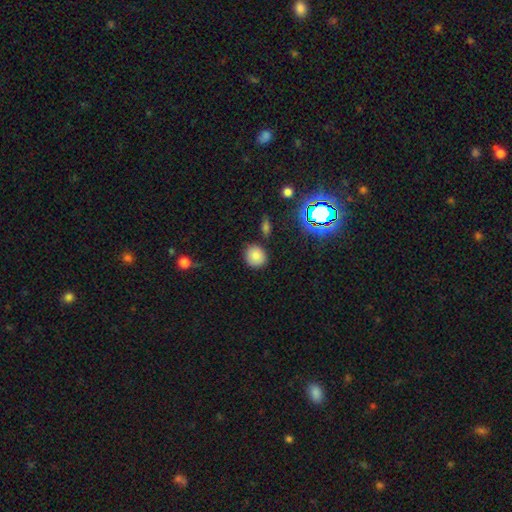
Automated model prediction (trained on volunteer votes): Smooth or featured? smooth (78%)
How rounded? round (80%)
Merging? none (84%)